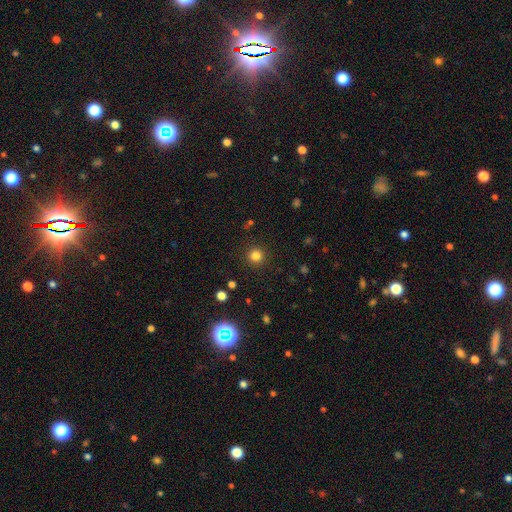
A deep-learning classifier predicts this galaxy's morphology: The model was most divided on "smooth or featured": smooth: 81%, star or artifact: 15%, featured or disk: 5%. More confident: how rounded — round (95%); merging — none (91%).